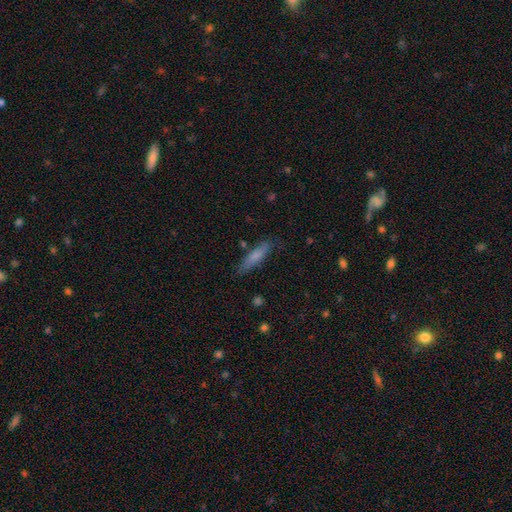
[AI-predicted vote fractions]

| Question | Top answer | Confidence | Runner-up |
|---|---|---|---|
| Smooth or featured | smooth | 72% | featured or disk (21%) |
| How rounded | cigar-shaped | 81% | in between (18%) |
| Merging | none | 79% | minor disturbance (15%) |